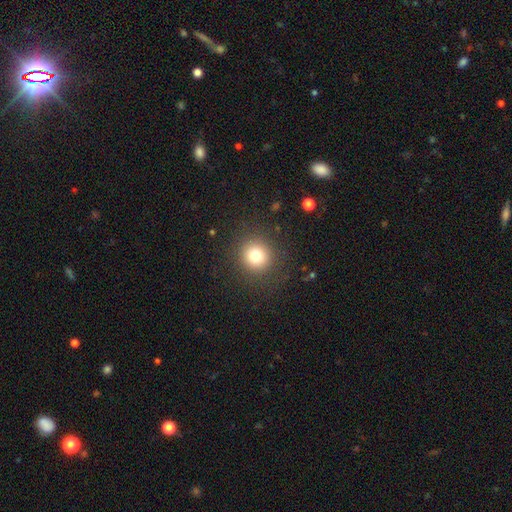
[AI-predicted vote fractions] smooth_or_featured: smooth (p=0.77) [alt: star or artifact p=0.14]
how_rounded: round (p=0.92) [alt: in between p=0.07]
merging: none (p=0.88) [alt: minor disturbance p=0.07]